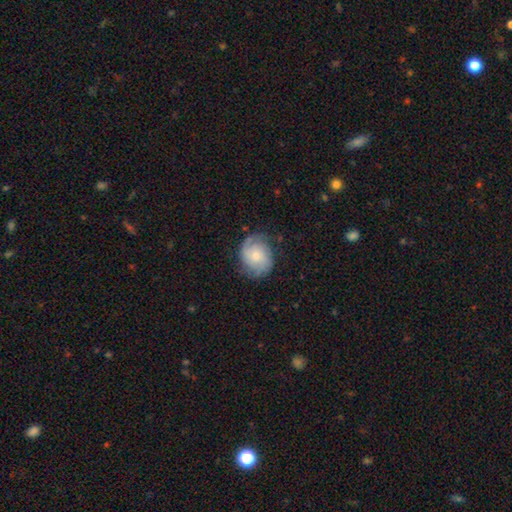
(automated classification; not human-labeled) This appears to be a featured or disk galaxy (68%) with no bar (73%), 2 (56%) tight (47%) spiral arms (93%) and a small central bulge (53%). Merging: none (74%).